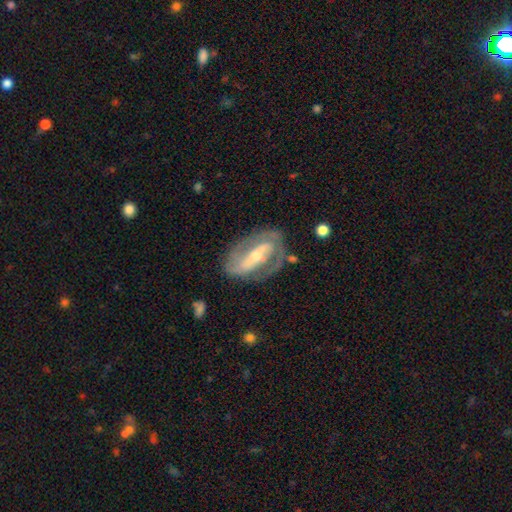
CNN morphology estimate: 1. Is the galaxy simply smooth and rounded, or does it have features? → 84% featured or disk, 11% smooth, 5% star or artifact.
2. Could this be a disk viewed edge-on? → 92% no, 8% yes.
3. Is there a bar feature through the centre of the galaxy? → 68% strong, 19% weak, 12% no.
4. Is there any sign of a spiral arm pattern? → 83% yes, 17% no.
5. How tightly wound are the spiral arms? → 41% medium (tied), 41% tight (tied), 18% loose.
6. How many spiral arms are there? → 83% 2, 9% can't tell, 4% 1, 2% 3, 1% 4, 1% more than 4.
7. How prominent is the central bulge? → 51% small, 43% moderate, 3% large, 1% none, 1% dominant.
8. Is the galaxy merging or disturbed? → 74% none, 16% minor disturbance, 8% major disturbance, 2% merger.